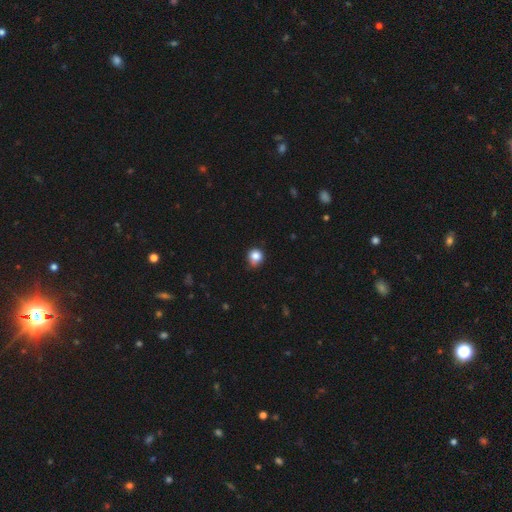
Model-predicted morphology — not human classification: Smooth or featured?
  - smooth: 84% *
  - star or artifact: 11%
  - featured or disk: 6%
How rounded?
  - round: 84% *
  - in between: 15%
  - cigar-shaped: 1%
Merging?
  - none: 67% *
  - minor disturbance: 26%
  - major disturbance: 5%
  - merger: 2%